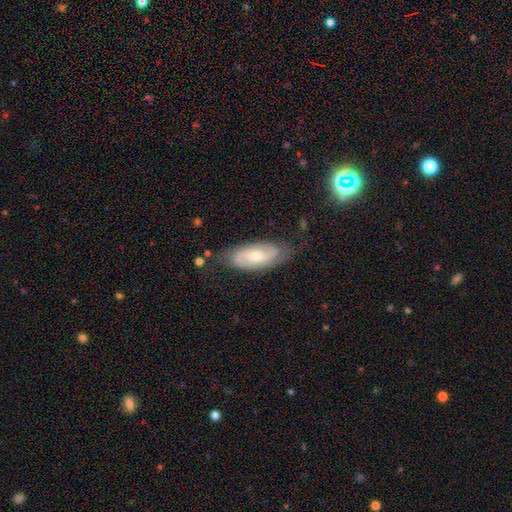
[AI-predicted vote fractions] smooth-or-featured: featured or disk: 73% | smooth: 20% | star or artifact: 6%
  disk-edge-on: no: 93% | yes: 7%
    bar: no: 45% | weak: 42% | strong: 13%
    has-spiral-arms: yes: 93% | no: 7%
      spiral-winding: medium: 44% | tight: 34% | loose: 22%
      spiral-arm-count: 2: 84% | can't tell: 10% | 3: 2% | 1: 2% | 4: 1% | more than 4: 1%
    bulge-size: moderate: 49% | small: 46% | large: 2% | none: 2% | dominant: 1%
  merging: none: 76% | minor disturbance: 18% | major disturbance: 4% | merger: 2%